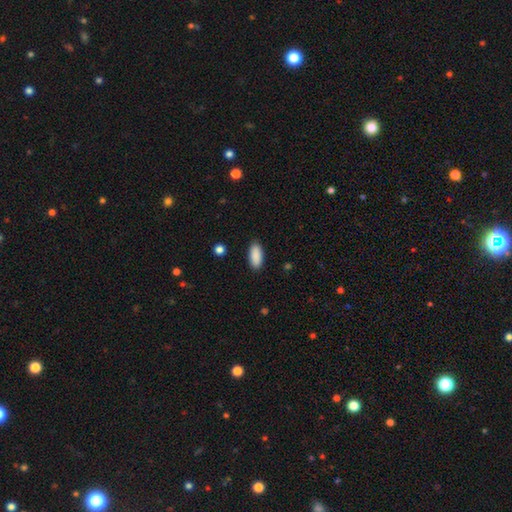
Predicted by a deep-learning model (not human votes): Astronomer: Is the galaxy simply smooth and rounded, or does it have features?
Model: smooth — 91%.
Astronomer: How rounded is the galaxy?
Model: in between — 86%.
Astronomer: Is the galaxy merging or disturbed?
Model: none — 89%.